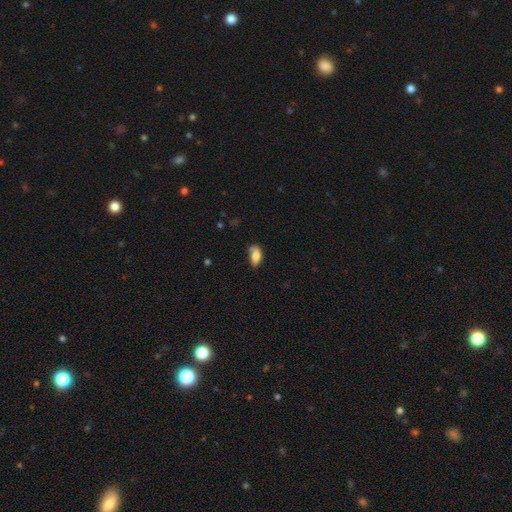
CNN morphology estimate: Smooth or featured? Predicted: smooth (p=0.78). How rounded? Predicted: in between (p=0.88). Merging? Predicted: none (p=0.47).